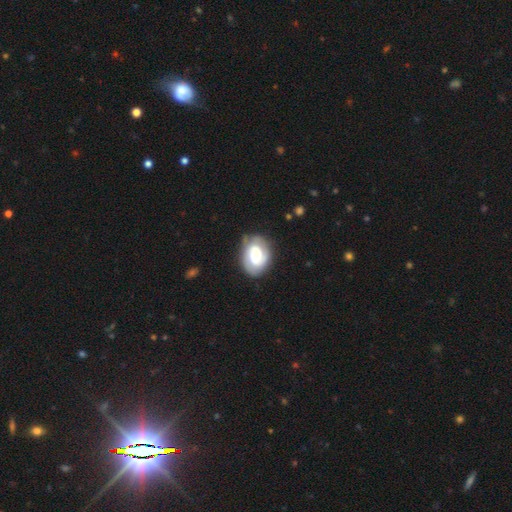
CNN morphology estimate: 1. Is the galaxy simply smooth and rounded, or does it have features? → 67% featured or disk, 27% smooth, 6% star or artifact.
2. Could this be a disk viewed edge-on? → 97% no, 3% yes.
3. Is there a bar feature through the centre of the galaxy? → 47% no, 41% weak, 12% strong.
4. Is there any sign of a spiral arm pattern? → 87% yes, 13% no.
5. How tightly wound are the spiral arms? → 51% tight, 35% medium, 13% loose.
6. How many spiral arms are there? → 68% 2, 17% can't tell, 6% 1, 5% 3, 2% 4, 2% more than 4.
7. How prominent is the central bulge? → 52% moderate, 28% large, 14% small, 3% dominant, 2% none.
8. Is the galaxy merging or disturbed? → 74% none, 19% minor disturbance, 6% major disturbance, 1% merger.